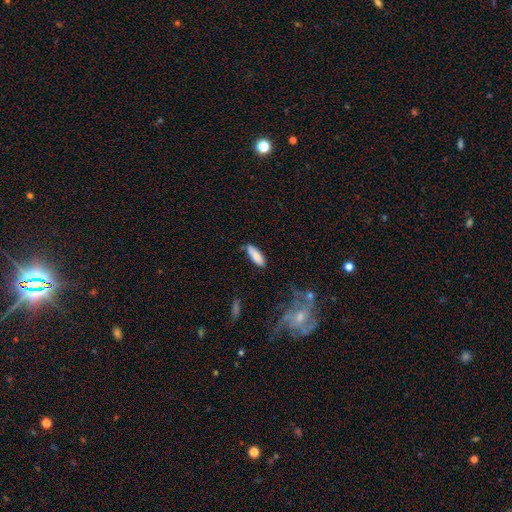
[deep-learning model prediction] Morphology: type=smooth (84%); roundness=in between (52%); merging=none (72%).